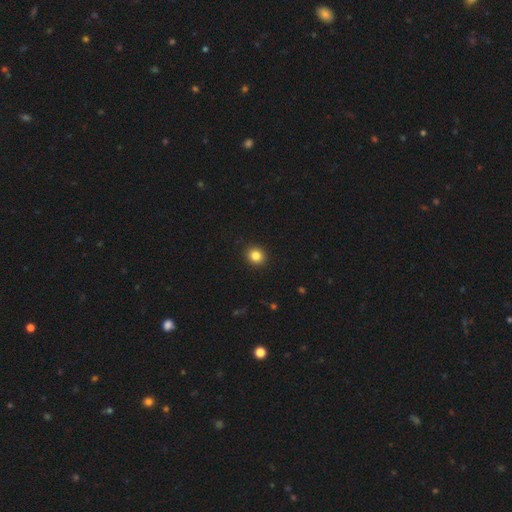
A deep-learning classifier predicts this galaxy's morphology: The model was most divided on "how rounded": round: 78%, in between: 21%, cigar-shaped: 1%. More confident: merging — none (92%); smooth or featured — smooth (84%).